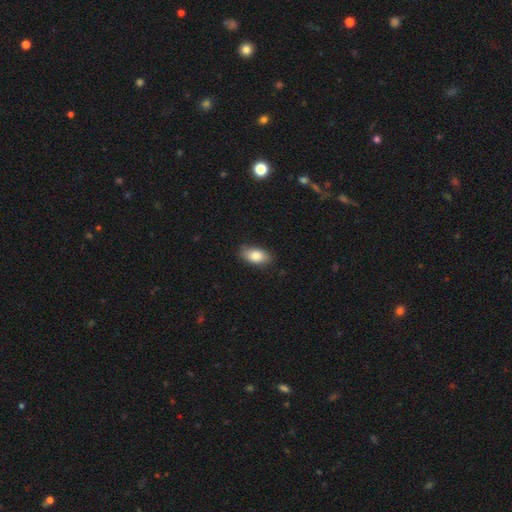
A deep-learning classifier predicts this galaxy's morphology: This is clearly a smooth galaxy (83%). How rounded: clearly in between (92%). Merging: clearly none (81%).